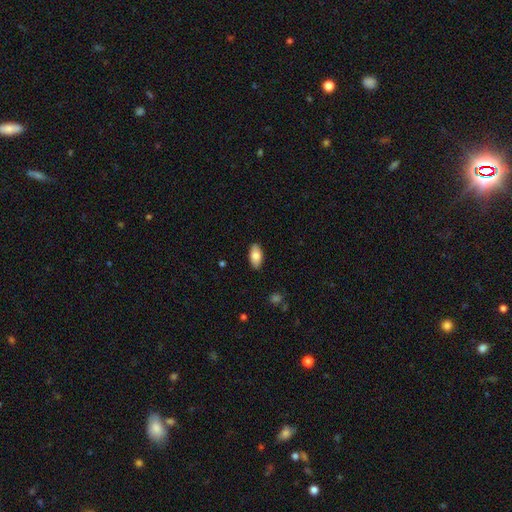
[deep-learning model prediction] Smooth or featured? Predicted: smooth (p=0.83). How rounded? Predicted: in between (p=0.93). Merging? Predicted: none (p=0.88).